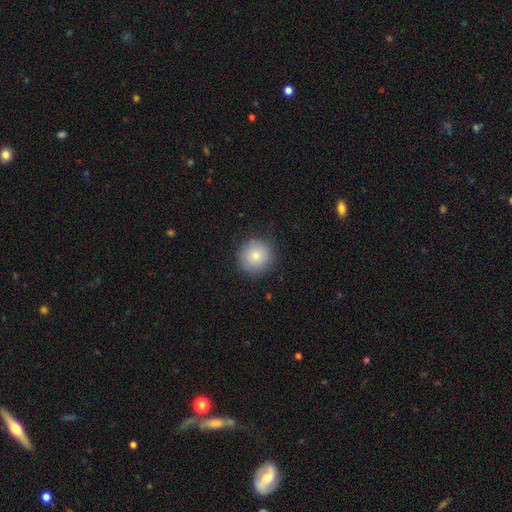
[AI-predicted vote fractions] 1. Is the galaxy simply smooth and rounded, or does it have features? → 81% smooth, 10% star or artifact, 9% featured or disk.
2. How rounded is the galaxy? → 94% round, 5% in between, 1% cigar-shaped.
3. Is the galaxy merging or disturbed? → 88% none, 8% minor disturbance, 2% major disturbance, 1% merger.